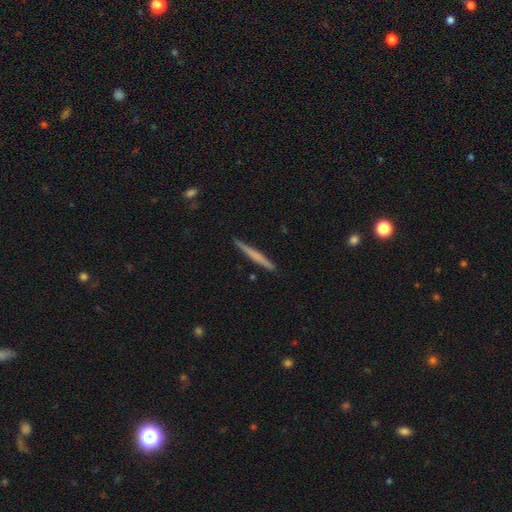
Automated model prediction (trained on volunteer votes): Smooth or featured? Predicted: smooth (p=0.52). How rounded? Predicted: cigar-shaped (p=0.97). Merging? Predicted: none (p=0.91).